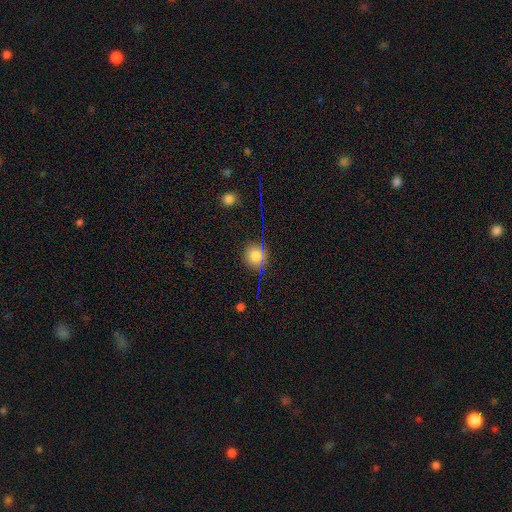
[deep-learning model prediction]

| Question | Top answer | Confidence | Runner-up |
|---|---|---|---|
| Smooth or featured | smooth | 66% | star or artifact (25%) |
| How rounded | round | 90% | in between (9%) |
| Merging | none | 82% | minor disturbance (11%) |